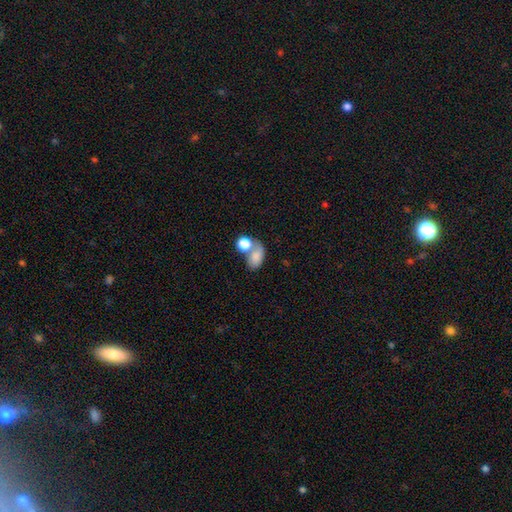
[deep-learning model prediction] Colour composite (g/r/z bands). It shows a smooth galaxy with no disk features (79%) that is in between round and cigar-shaped (80%). Merging: merger (46%).